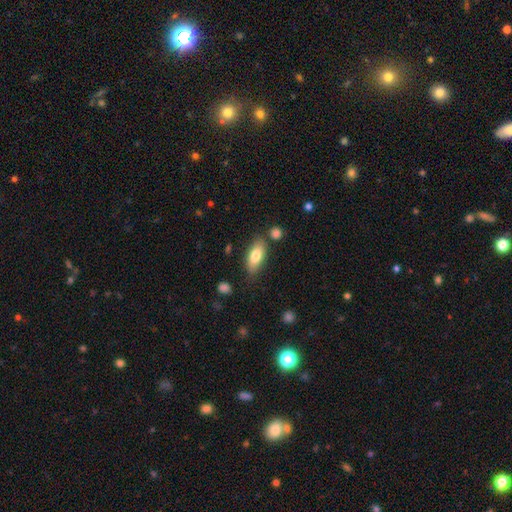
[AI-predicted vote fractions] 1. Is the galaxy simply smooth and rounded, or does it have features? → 76% smooth, 17% featured or disk, 7% star or artifact.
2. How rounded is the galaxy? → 80% in between, 17% cigar-shaped, 3% round.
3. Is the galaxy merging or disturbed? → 76% none, 15% minor disturbance, 5% merger, 3% major disturbance.